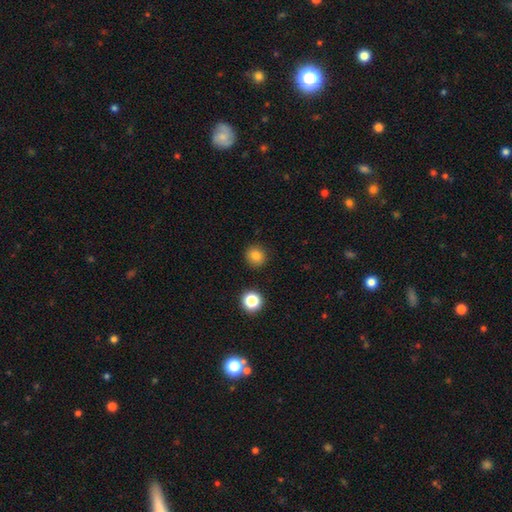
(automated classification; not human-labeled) A smooth galaxy with no disk features (82%) that is round (90%).

Vote fractions:
- Smooth or featured? smooth: 82% / star or artifact: 13% / featured or disk: 5%
- How rounded? round: 90% / in between: 9% / cigar-shaped: 1%
- Merging? none: 90% / minor disturbance: 6% / major disturbance: 2% / merger: 2%